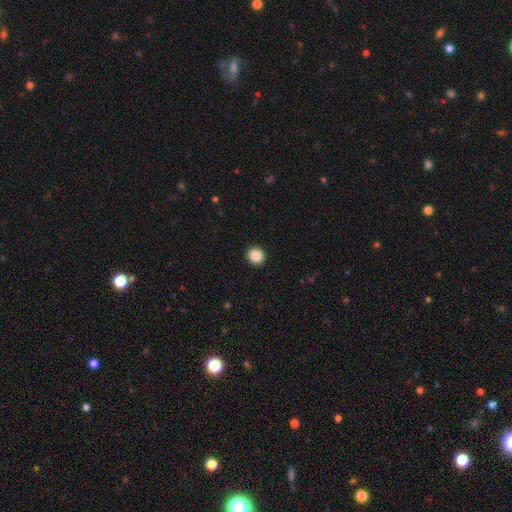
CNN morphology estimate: Q: Smooth or featured?
A: smooth (87%); runner-up: star or artifact (9%)
Q: How rounded?
A: round (82%); runner-up: in between (17%)
Q: Merging?
A: none (93%); runner-up: minor disturbance (5%)